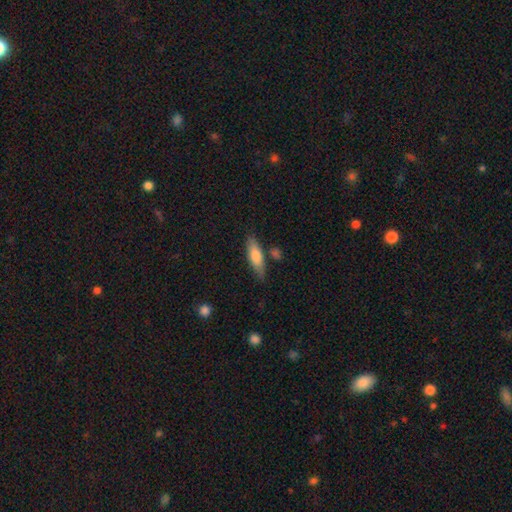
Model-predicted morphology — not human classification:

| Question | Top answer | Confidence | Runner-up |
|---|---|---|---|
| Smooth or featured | smooth | 72% | featured or disk (22%) |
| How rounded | cigar-shaped | 51% | in between (47%) |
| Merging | none | 73% | minor disturbance (17%) |